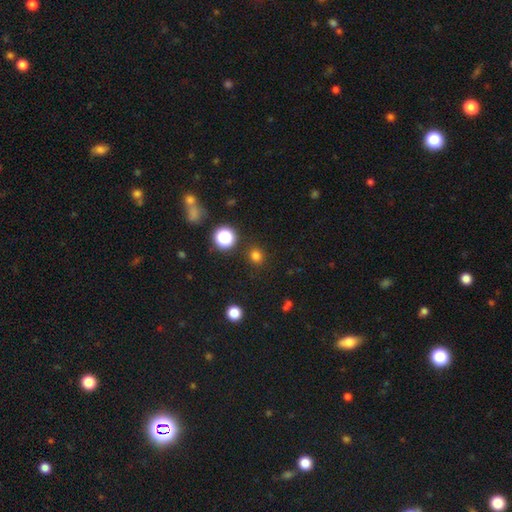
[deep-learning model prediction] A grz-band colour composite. It shows a smooth galaxy with no disk features (77%) that is round (87%). Merging: none (88%).